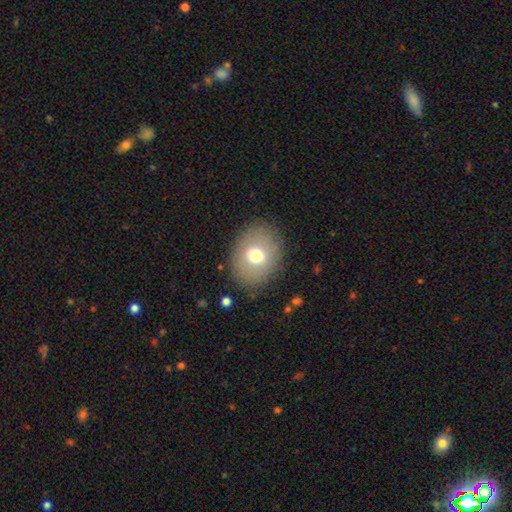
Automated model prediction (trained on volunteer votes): Smooth or featured: smooth — 70% (featured or disk — 20%)
How rounded: in between — 52% (round — 47%)
Merging: none — 85% (minor disturbance — 9%)